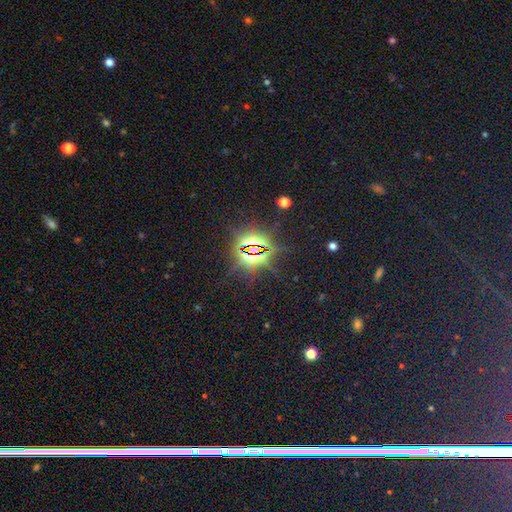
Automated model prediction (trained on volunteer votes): A star or artifact, not a galaxy (83%).

Vote fractions:
- Smooth or featured? star or artifact: 83% / smooth: 9% / featured or disk: 8%